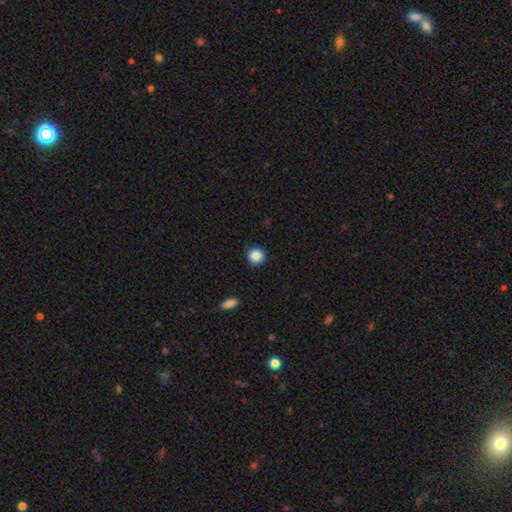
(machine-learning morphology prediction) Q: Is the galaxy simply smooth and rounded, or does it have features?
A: smooth — 87%.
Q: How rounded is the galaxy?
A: round — 94%.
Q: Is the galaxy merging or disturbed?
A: none — 91%.